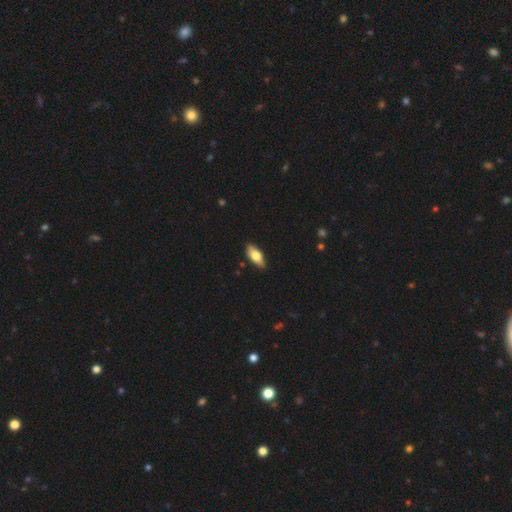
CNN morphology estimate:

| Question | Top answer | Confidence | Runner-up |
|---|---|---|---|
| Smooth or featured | smooth | 66% | featured or disk (29%) |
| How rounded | in between | 80% | cigar-shaped (17%) |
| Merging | none | 85% | minor disturbance (12%) |